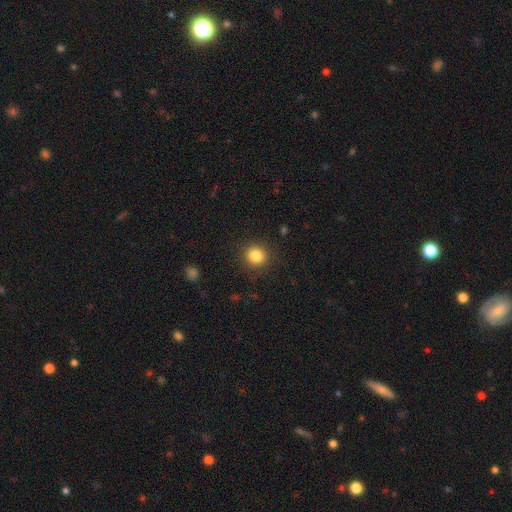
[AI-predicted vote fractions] A smooth galaxy with no disk features (84%) that is round (90%). Merging: none (89%).